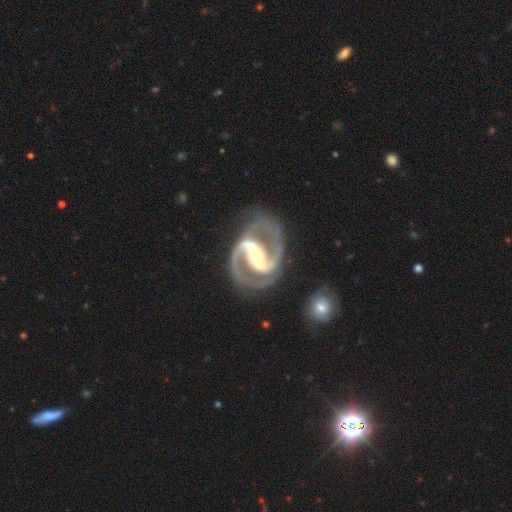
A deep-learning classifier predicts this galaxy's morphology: Overall: featured or disk (94%). Edge-on disk: no (98%). Bar: strong (64%; weak 26%). Spiral arms: yes (98%). Spiral arm count: 2 (94%). Spiral winding: medium (67%). Bulge size: moderate (61%; small 29%). Merging: none (77%).